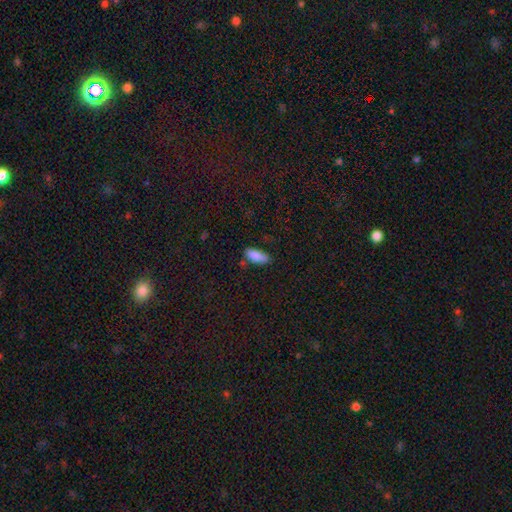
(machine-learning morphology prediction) type=smooth (86%); roundness=in between (79%); merging=none (73%).